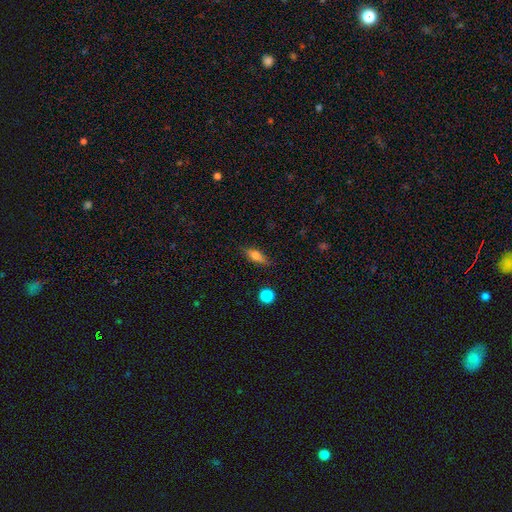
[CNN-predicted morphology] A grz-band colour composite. It shows a smooth galaxy with no disk features (62%) that is in between round and cigar-shaped (57%). Merging: none (82%).